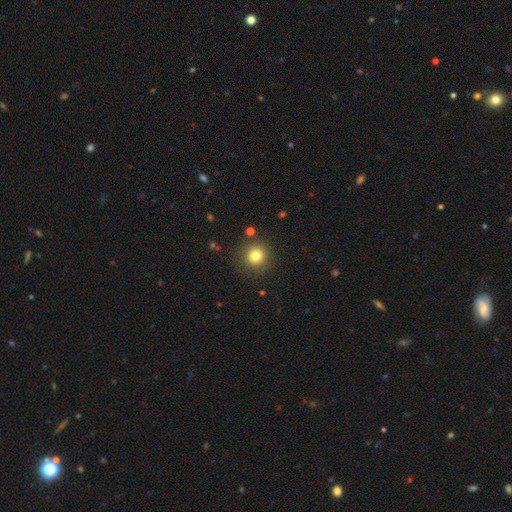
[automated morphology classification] A smooth galaxy with no disk features (80%) that is round (93%). Merging: none (87%).